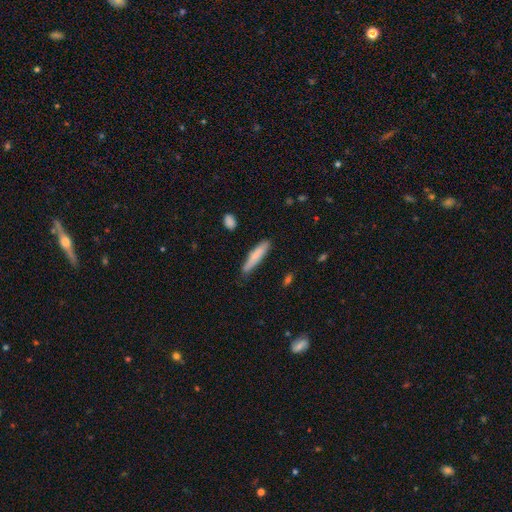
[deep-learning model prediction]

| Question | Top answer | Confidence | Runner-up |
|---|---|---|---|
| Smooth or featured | smooth | 77% | featured or disk (17%) |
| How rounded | cigar-shaped | 87% | in between (12%) |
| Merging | none | 79% | minor disturbance (16%) |